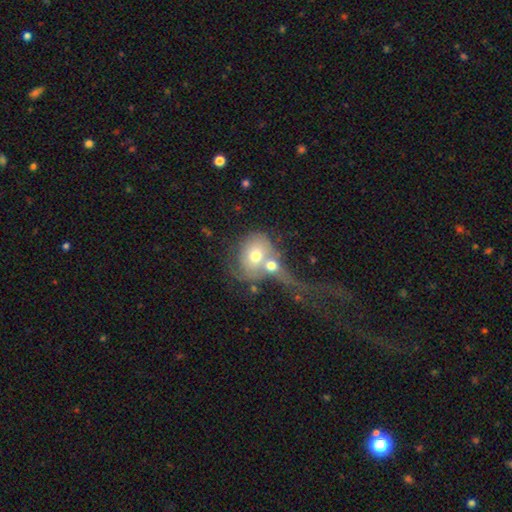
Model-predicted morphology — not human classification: This appears to be a smooth galaxy with no disk features (54%) that is round (63%). Merging: merger (65%).